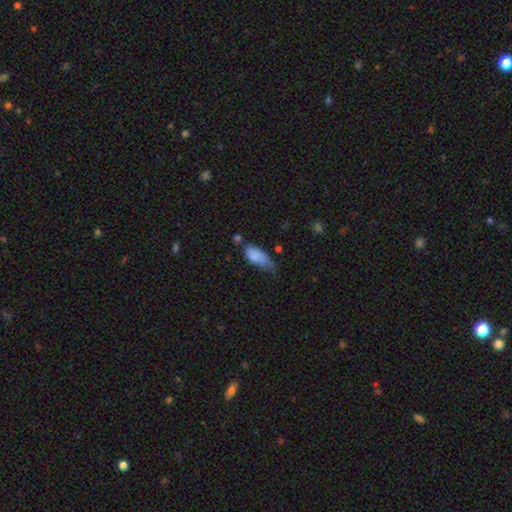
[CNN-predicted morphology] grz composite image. It shows a smooth galaxy with no disk features (81%) that is in between round and cigar-shaped (86%). Merging: minor disturbance (45%).